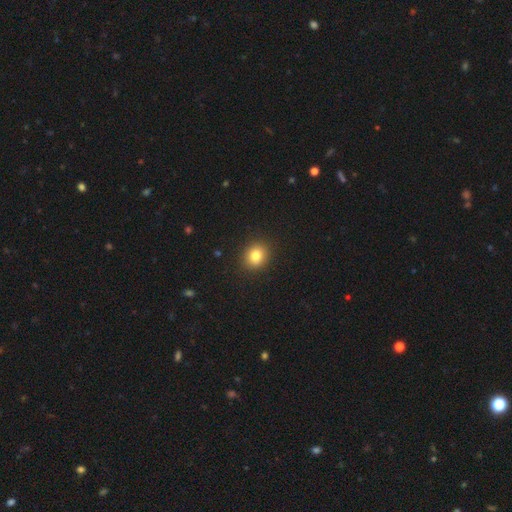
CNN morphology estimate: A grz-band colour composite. It shows a smooth galaxy with no disk features (82%) that is round (70%). Merging: none (90%).